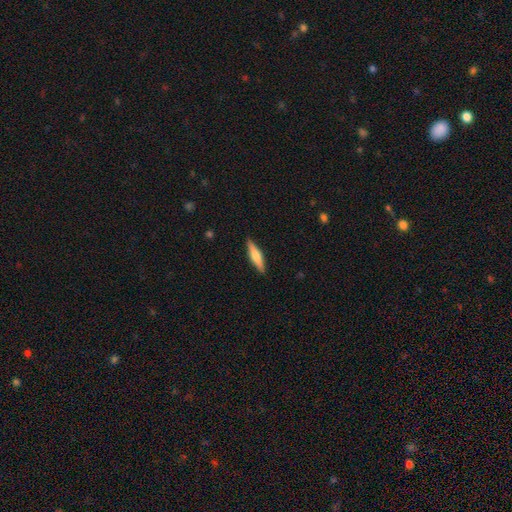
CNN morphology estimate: Q: Smooth or featured?
A: smooth (56%); runner-up: featured or disk (38%)
Q: How rounded?
A: cigar-shaped (79%); runner-up: in between (19%)
Q: Merging?
A: none (89%); runner-up: minor disturbance (8%)